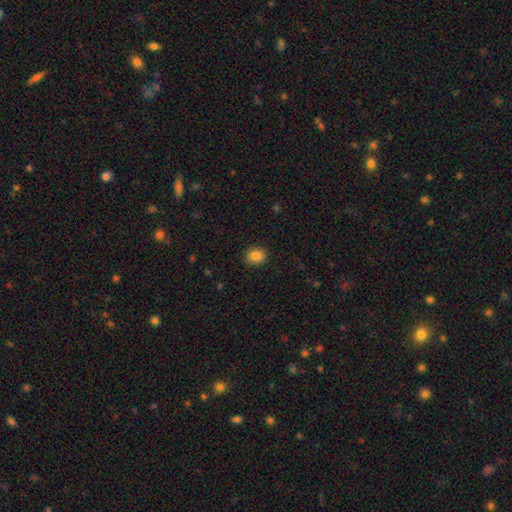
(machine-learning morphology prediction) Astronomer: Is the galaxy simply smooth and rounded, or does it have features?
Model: smooth — 86%.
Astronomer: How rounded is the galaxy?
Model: round — 56% (runner-up: in between, 43%).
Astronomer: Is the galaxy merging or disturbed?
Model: none — 89%.